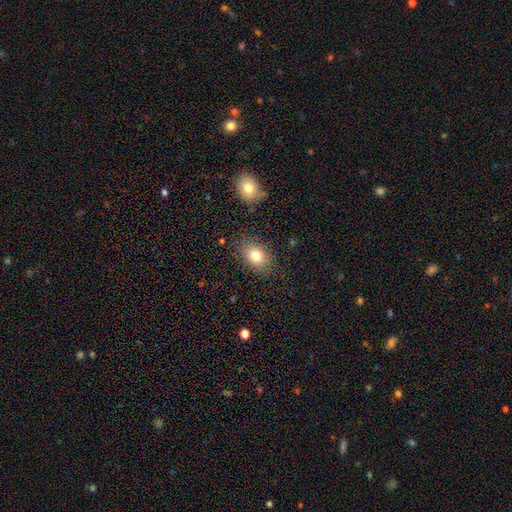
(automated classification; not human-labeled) Overall: smooth (80%). How rounded: in between (71%). Merging: none (83%).